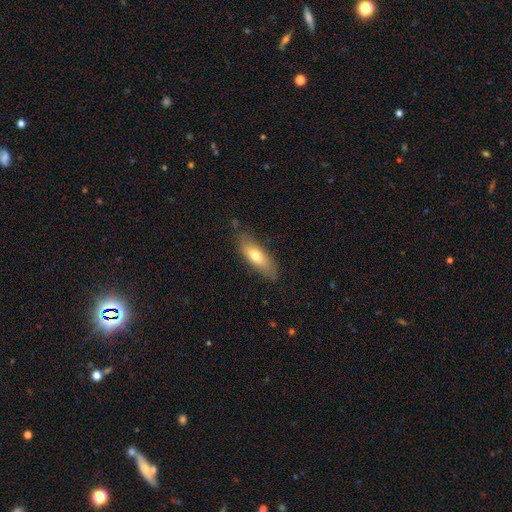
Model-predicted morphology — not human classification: type=smooth (67%); roundness=in between (61%); merging=none (77%).